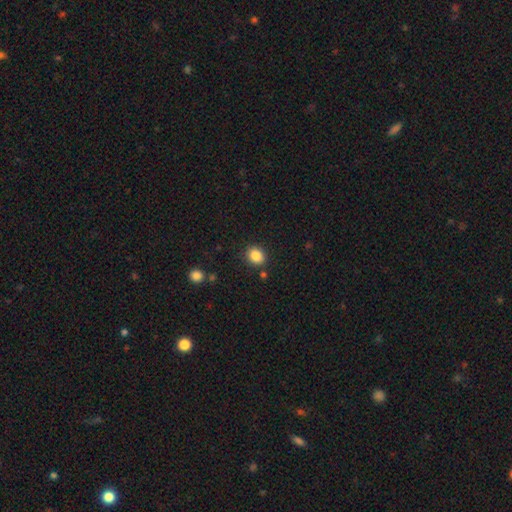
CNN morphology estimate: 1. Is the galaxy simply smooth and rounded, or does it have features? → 86% smooth, 10% star or artifact, 4% featured or disk.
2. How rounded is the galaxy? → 61% round, 39% in between, 1% cigar-shaped.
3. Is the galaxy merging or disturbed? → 86% none, 9% minor disturbance, 3% merger, 3% major disturbance.